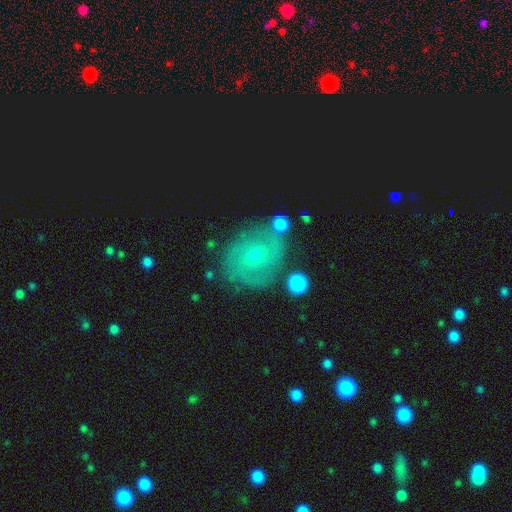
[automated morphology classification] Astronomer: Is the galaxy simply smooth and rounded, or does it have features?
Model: featured or disk — 65%.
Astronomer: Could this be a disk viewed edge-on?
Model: no — 96%.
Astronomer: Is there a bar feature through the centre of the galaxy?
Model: no — 56% (runner-up: weak, 36%).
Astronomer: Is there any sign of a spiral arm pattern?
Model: yes — 79%.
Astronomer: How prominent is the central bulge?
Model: small — 61%.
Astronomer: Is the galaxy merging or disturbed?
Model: none — 71%.